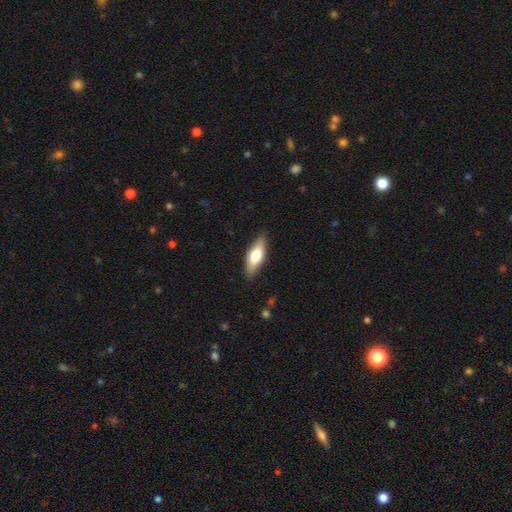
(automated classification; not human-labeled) Smooth or featured? smooth (63%)
How rounded? in between (67%)
Merging? none (85%)